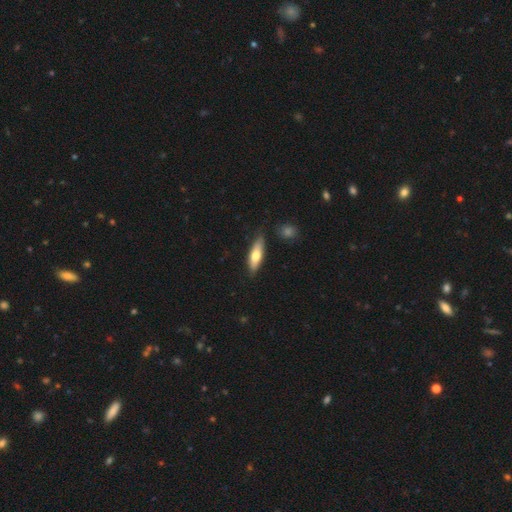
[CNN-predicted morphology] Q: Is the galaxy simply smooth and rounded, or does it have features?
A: smooth — 67%.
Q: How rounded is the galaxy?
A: cigar-shaped — 52%.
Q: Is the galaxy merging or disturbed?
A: none — 80%.